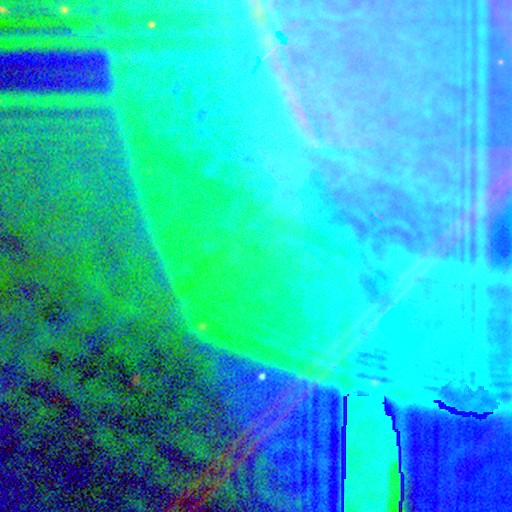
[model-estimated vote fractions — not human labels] Smooth or featured? Predicted: star or artifact (p=0.85).